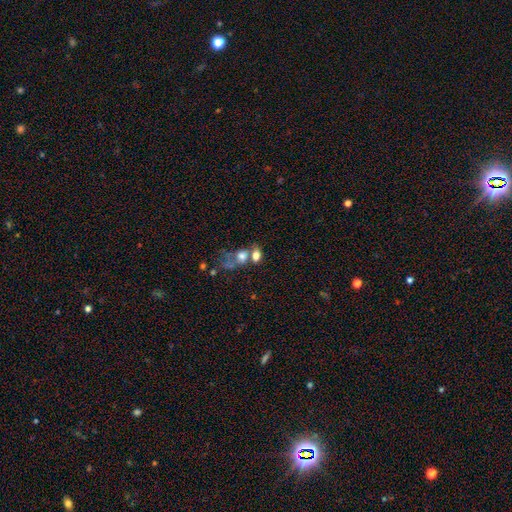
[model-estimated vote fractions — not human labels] Smooth or featured? Predicted: smooth (p=0.71). How rounded? Predicted: in between (p=0.73). Merging? Predicted: merger (p=0.53).